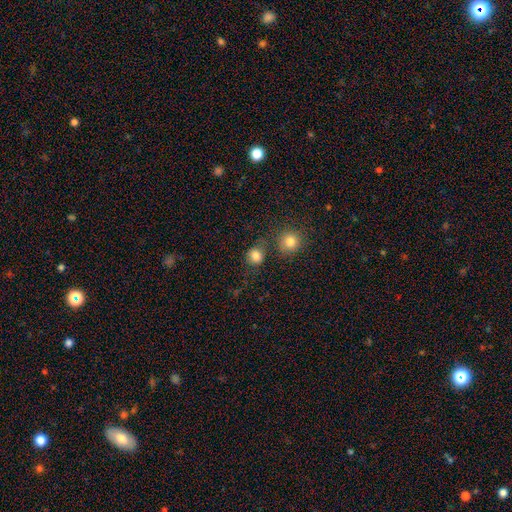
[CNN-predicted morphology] Overall: smooth (82%). How rounded: round (80%). Merging: none (69%).